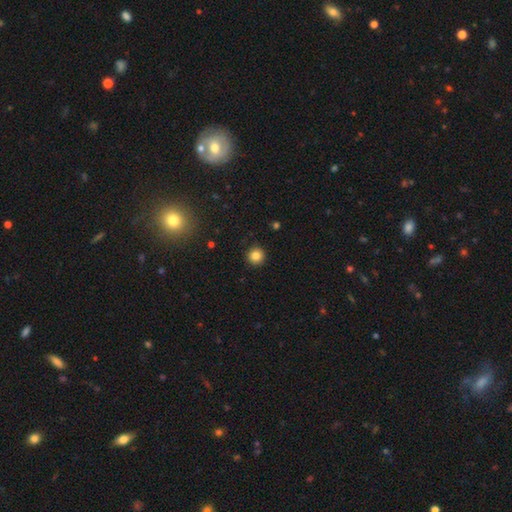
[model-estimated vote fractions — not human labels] A smooth galaxy with no disk features (83%) that is round (95%).

Vote fractions:
- Smooth or featured? smooth: 83% / star or artifact: 11% / featured or disk: 5%
- How rounded? round: 95% / in between: 4% / cigar-shaped: 1%
- Merging? none: 92% / minor disturbance: 6% / major disturbance: 2% / merger: 1%